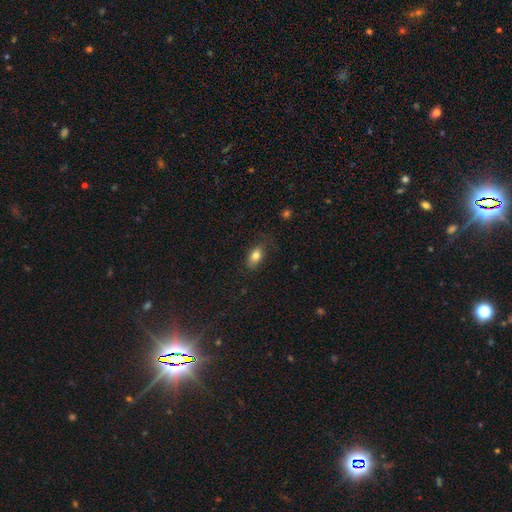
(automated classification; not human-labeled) Smooth or featured: smooth — 81% (featured or disk — 11%)
How rounded: in between — 87% (round — 8%)
Merging: none — 75% (minor disturbance — 19%)